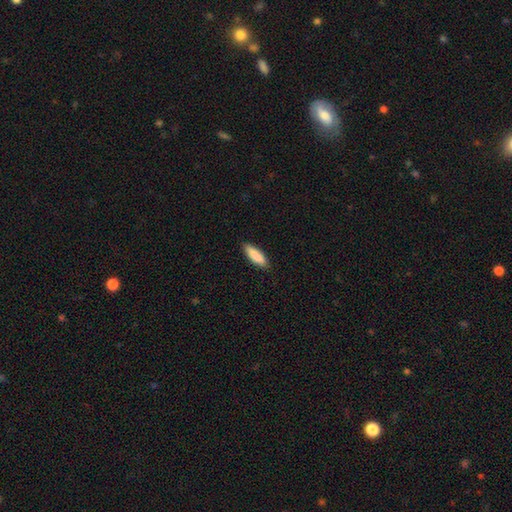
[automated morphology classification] Smooth or featured? smooth (88%)
How rounded? cigar-shaped (50%)
Merging? none (88%)